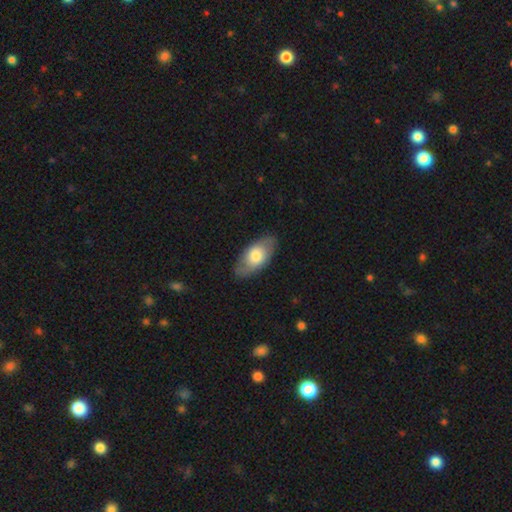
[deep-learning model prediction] Smooth or featured? smooth (66%)
How rounded? in between (91%)
Merging? none (82%)